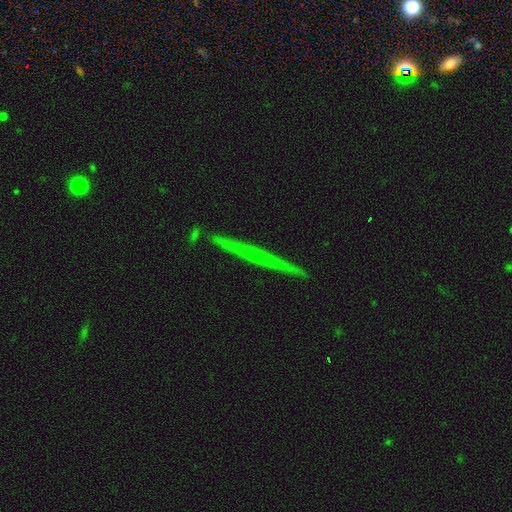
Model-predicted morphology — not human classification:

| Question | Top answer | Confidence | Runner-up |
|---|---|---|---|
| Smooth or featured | featured or disk | 59% | smooth (35%) |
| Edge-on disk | yes | 98% | no (2%) |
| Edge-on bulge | none | 84% | rounded (13%) |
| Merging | none | 91% | minor disturbance (6%) |